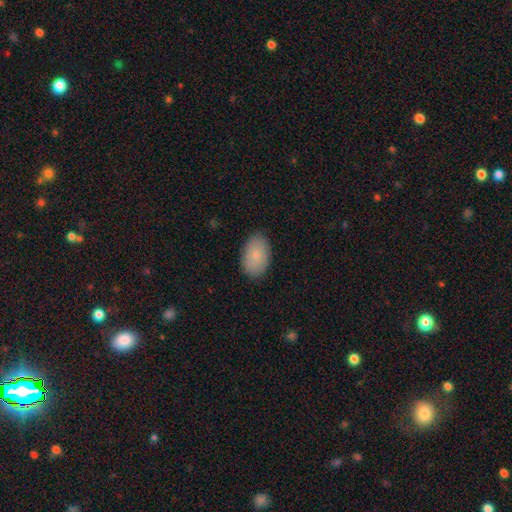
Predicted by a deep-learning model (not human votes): The model was most divided on "smooth or featured": smooth: 83%, featured or disk: 10%, star or artifact: 7%. More confident: how rounded — in between (91%); merging — none (87%).